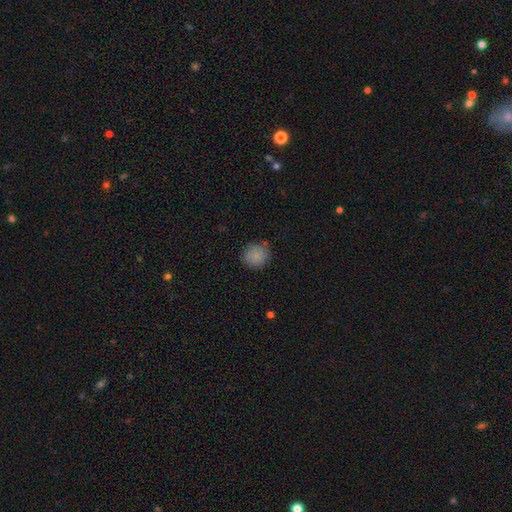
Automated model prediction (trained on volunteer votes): Morphology: type=smooth (85%); roundness=round (89%); merging=none (80%).